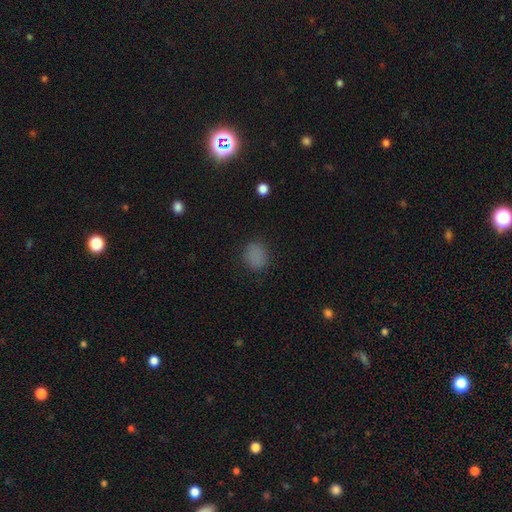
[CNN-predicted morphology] Q: Smooth or featured?
A: smooth (82%); runner-up: star or artifact (14%)
Q: How rounded?
A: round (69%); runner-up: in between (30%)
Q: Merging?
A: none (84%); runner-up: minor disturbance (11%)